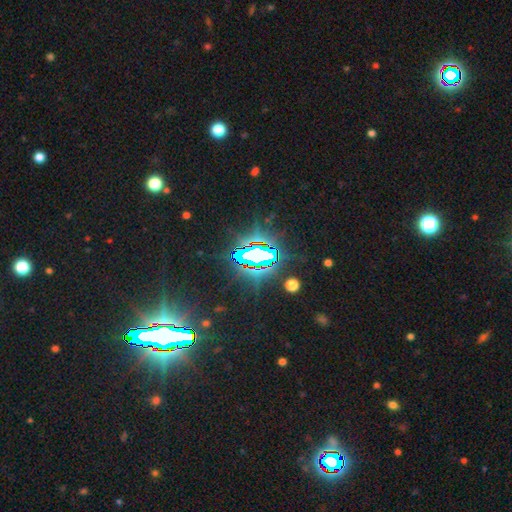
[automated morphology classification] The model was most divided on "smooth or featured": star or artifact: 80%, featured or disk: 10%, smooth: 10%.